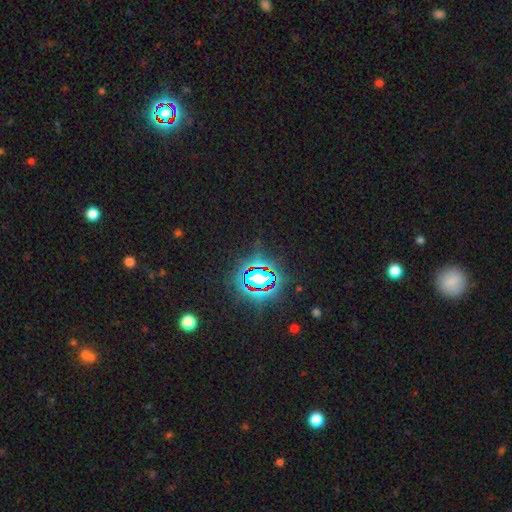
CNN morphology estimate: star or artifact 81%, smooth 11%, featured or disk 8%.